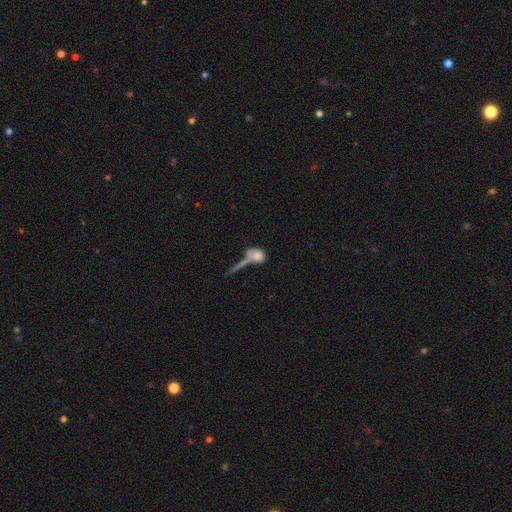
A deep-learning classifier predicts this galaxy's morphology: smooth_or_featured: smooth (p=0.68) [alt: featured or disk p=0.23]
how_rounded: in between (p=0.49) [alt: round p=0.42]
merging: merger (p=0.34) [alt: none p=0.31]